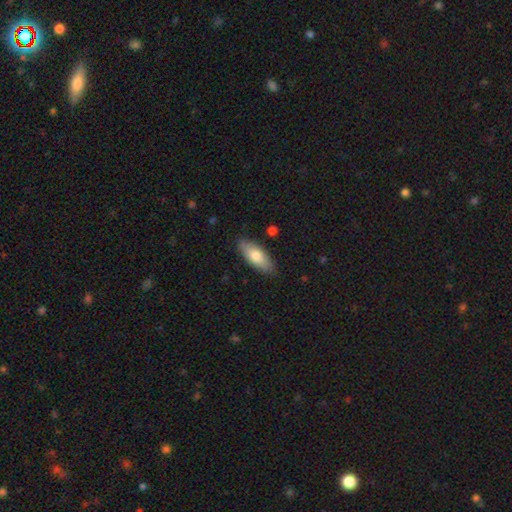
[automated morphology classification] Smooth or featured: smooth — 75% (featured or disk — 20%)
How rounded: in between — 76% (cigar-shaped — 22%)
Merging: none — 86% (minor disturbance — 11%)